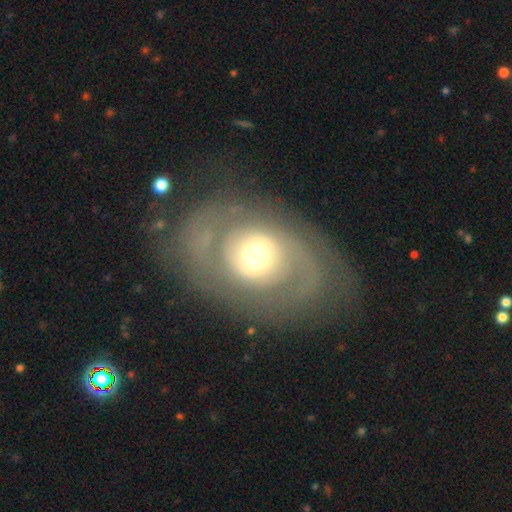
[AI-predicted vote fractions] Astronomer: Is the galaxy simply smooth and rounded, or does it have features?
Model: featured or disk — 68%.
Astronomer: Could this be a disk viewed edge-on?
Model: no — 95%.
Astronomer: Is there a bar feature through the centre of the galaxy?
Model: no — 78%.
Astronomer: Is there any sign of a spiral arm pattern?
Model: yes — 57% (runner-up: no, 43%).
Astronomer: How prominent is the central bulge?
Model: moderate — 60%.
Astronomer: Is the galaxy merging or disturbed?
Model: none — 71%.